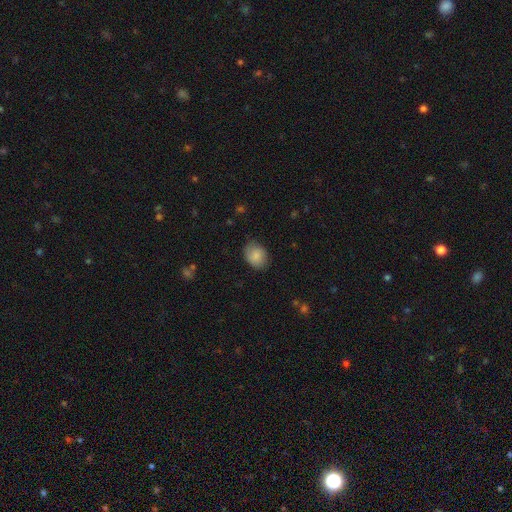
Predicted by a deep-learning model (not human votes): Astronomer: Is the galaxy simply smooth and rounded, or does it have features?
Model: smooth — 84%.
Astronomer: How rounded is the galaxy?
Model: in between — 62%.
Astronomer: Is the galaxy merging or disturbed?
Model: none — 76%.